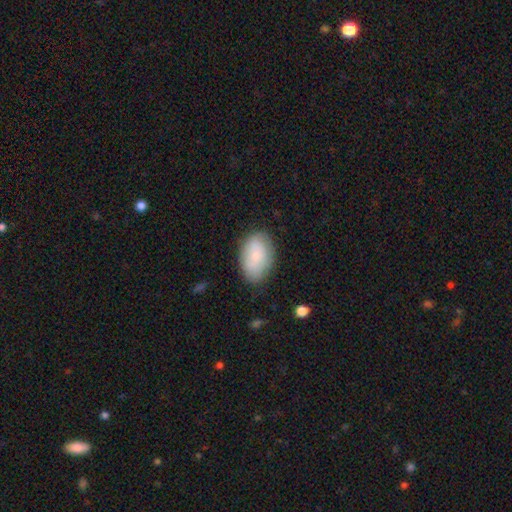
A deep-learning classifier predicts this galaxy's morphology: The model was most divided on "smooth or featured": smooth: 76%, featured or disk: 18%, star or artifact: 6%. More confident: how rounded — in between (91%); merging — none (77%).